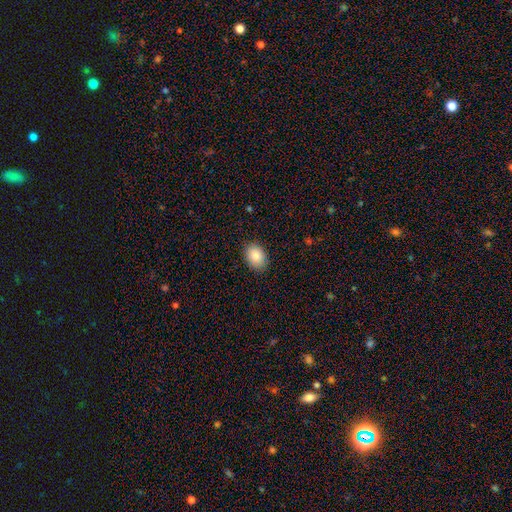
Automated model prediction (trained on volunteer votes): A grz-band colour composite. It shows a smooth galaxy with no disk features (88%) that is in between round and cigar-shaped (78%). Merging: none (87%).